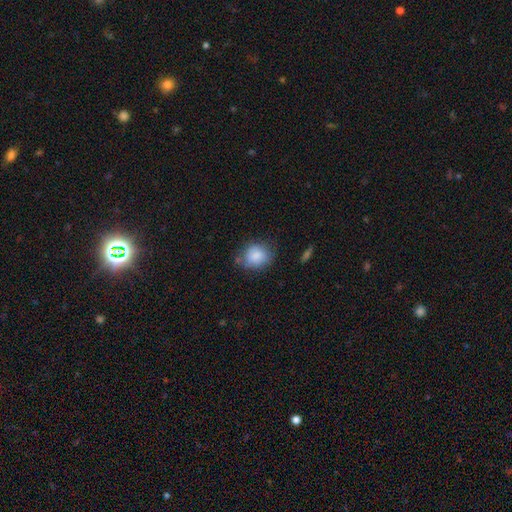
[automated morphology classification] smooth 84%, featured or disk 9%, star or artifact 8%. Down the decision tree: how rounded — round (63%); merging — none (66%).